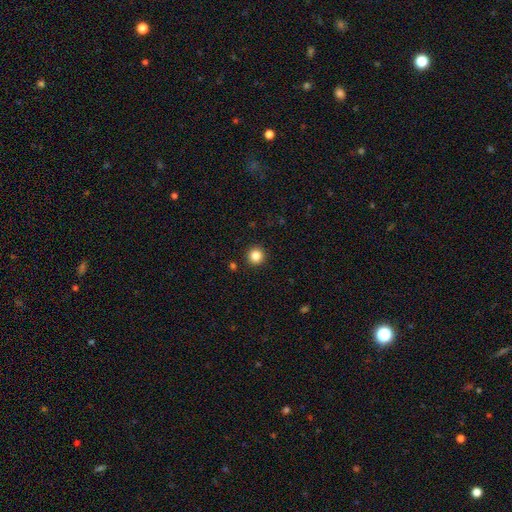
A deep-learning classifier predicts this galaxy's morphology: Smooth or featured? smooth (85%)
How rounded? round (95%)
Merging? none (93%)